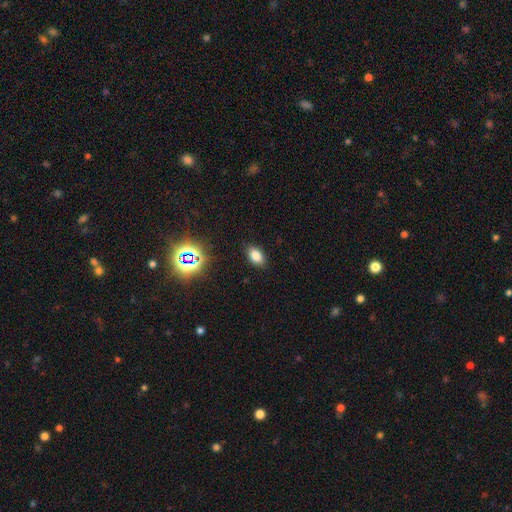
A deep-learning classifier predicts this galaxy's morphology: Smooth or featured: smooth — 77% (star or artifact — 15%)
How rounded: in between — 87% (round — 11%)
Merging: none — 87% (minor disturbance — 9%)